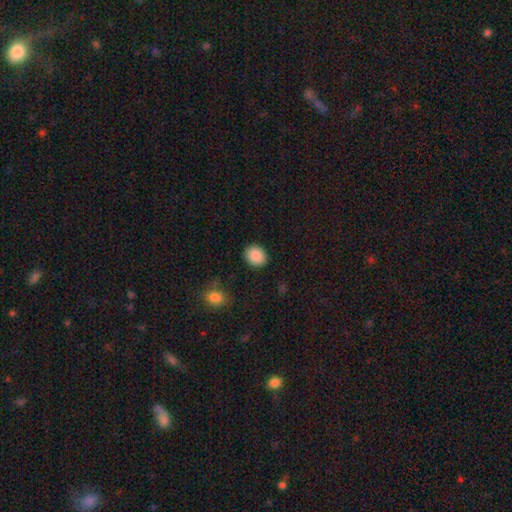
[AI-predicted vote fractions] Morphology: type=smooth (89%); roundness=round (59%); merging=none (88%).